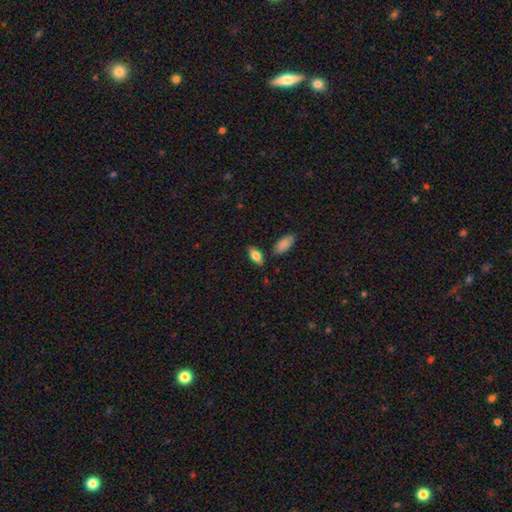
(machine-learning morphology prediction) A smooth galaxy with no disk features (81%) that is in between round and cigar-shaped (88%). Merging: none (80%).